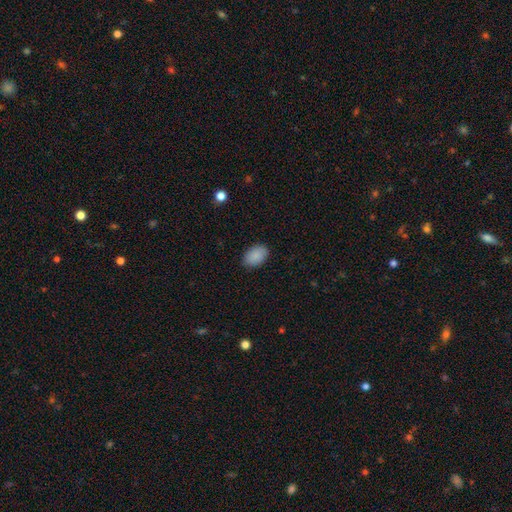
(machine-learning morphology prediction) smooth_or_featured: smooth (p=0.89) [alt: star or artifact p=0.07]
how_rounded: in between (p=0.88) [alt: round p=0.11]
merging: none (p=0.88) [alt: minor disturbance p=0.09]